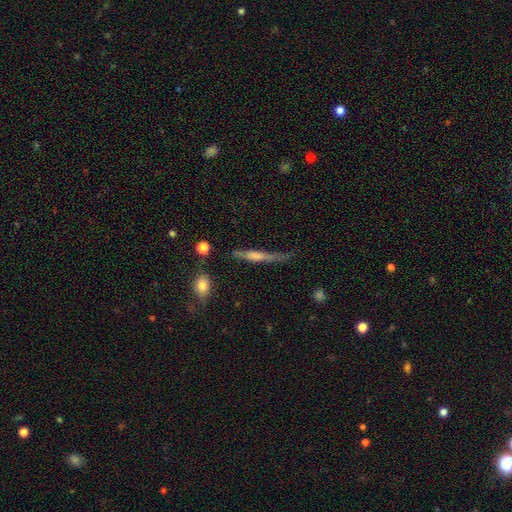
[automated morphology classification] Q: Smooth or featured?
A: featured or disk (62%); runner-up: smooth (25%)
Q: Edge-on disk?
A: yes (92%); runner-up: no (8%)
Q: Edge-on bulge?
A: rounded (72%); runner-up: none (18%)
Q: Merging?
A: none (70%); runner-up: minor disturbance (17%)